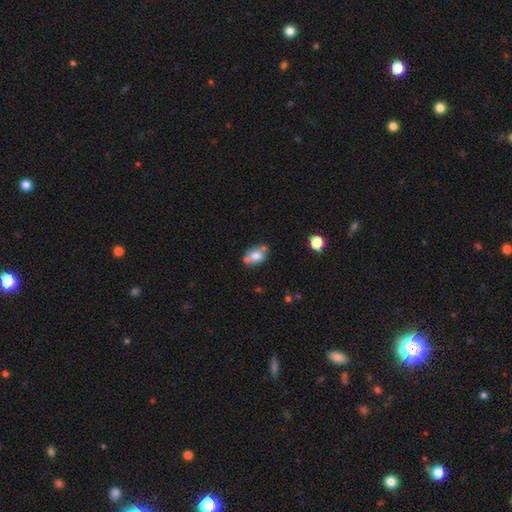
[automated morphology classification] Smooth or featured?
  - smooth: 72% *
  - featured or disk: 18%
  - star or artifact: 10%
How rounded?
  - in between: 69% *
  - round: 30%
  - cigar-shaped: 1%
Merging?
  - none: 56% *
  - merger: 22%
  - minor disturbance: 17%
  - major disturbance: 5%